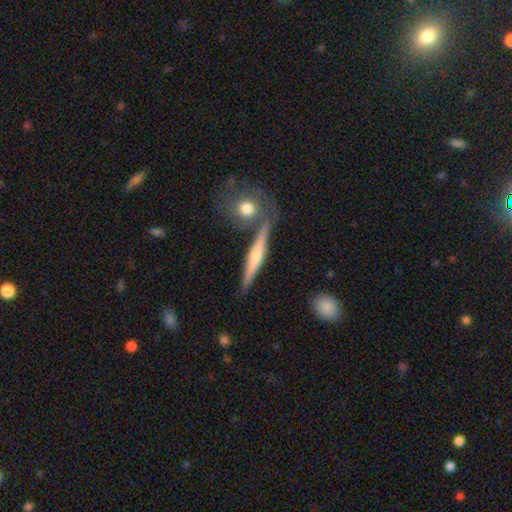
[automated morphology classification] This is likely a featured or disk galaxy (68%). It is clearly viewed edge-on (96%). Edge-on bulge: clearly rounded (81%). Merging: likely none (78%).